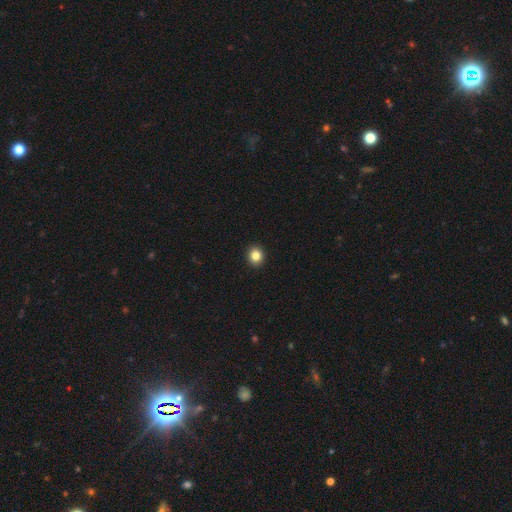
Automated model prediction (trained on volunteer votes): Overall: smooth (85%). How rounded: round (81%). Merging: none (93%).